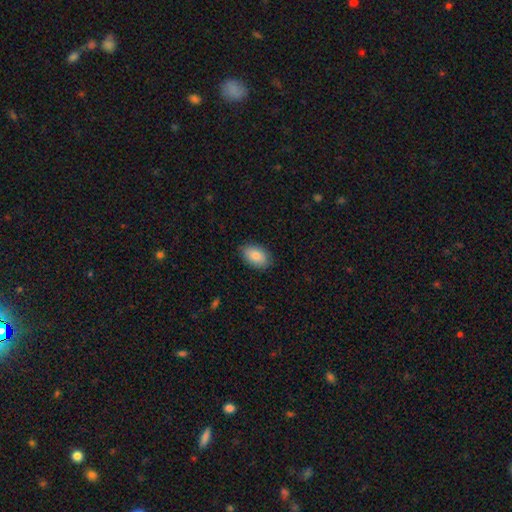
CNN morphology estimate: smooth_or_featured: smooth (p=0.86) [alt: featured or disk p=0.07]
how_rounded: in between (p=0.91) [alt: round p=0.08]
merging: none (p=0.85) [alt: minor disturbance p=0.11]